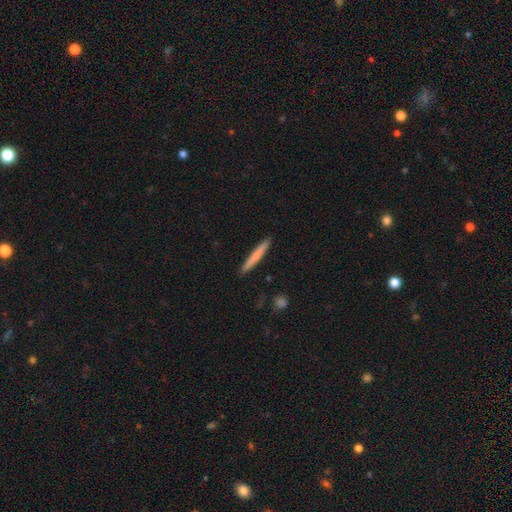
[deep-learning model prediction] Smooth or featured? smooth (70%)
How rounded? cigar-shaped (96%)
Merging? none (91%)